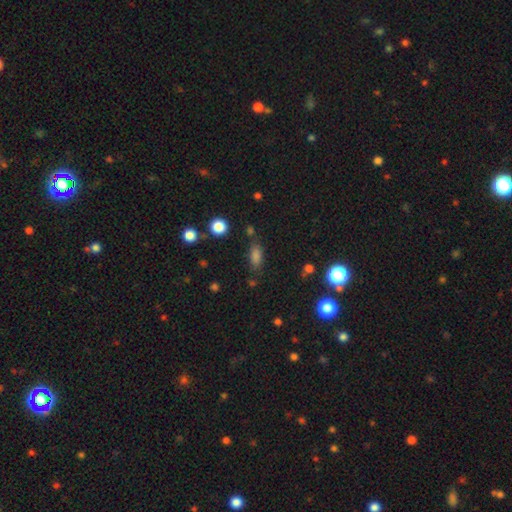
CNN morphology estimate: Smooth or featured?
  - smooth: 77% *
  - star or artifact: 16%
  - featured or disk: 7%
How rounded?
  - in between: 75% *
  - cigar-shaped: 17%
  - round: 8%
Merging?
  - none: 73% *
  - minor disturbance: 16%
  - major disturbance: 5%
  - merger: 5%